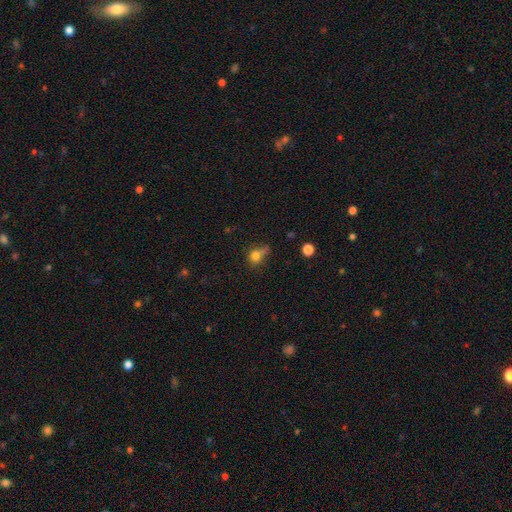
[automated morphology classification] Smooth or featured? Predicted: smooth (p=0.76). How rounded? Predicted: round (p=0.61). Merging? Predicted: none (p=0.40).